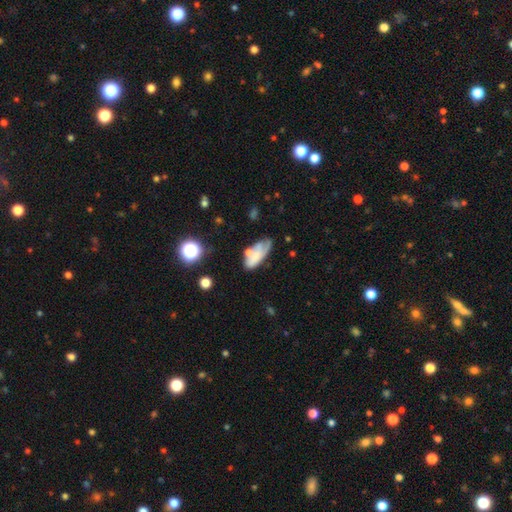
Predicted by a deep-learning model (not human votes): smooth-or-featured: smooth: 61% | featured or disk: 30% | star or artifact: 9%
  how-rounded: in between: 81% | cigar-shaped: 16% | round: 3%
  merging: none: 40% | minor disturbance: 28% | major disturbance: 16% | merger: 16%